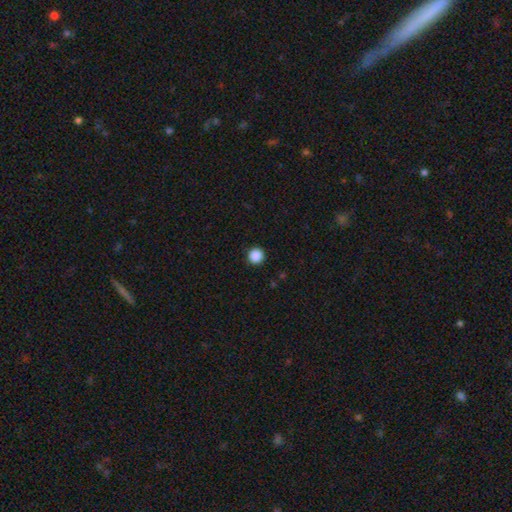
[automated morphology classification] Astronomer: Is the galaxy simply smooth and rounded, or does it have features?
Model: smooth — 88%.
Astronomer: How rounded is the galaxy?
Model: round — 96%.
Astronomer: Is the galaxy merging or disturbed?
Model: none — 93%.